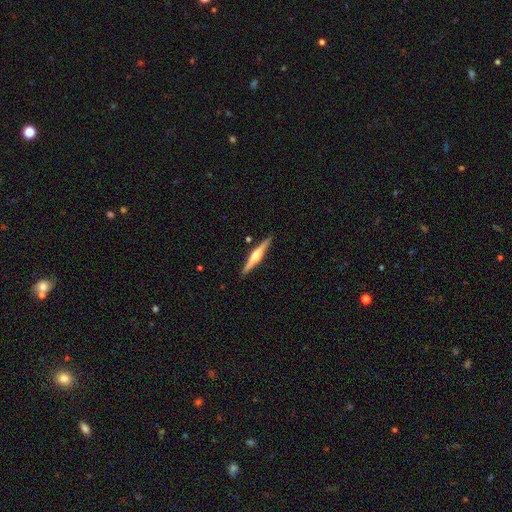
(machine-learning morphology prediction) A featured or disk galaxy (67%) viewed edge-on (98%) with a rounded central bulge (85%). Merging: none (90%).